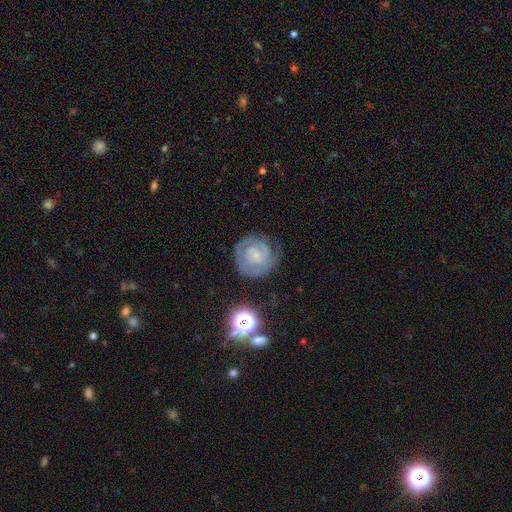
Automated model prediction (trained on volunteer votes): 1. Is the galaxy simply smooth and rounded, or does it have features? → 71% featured or disk, 21% smooth, 8% star or artifact.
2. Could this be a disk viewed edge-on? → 98% no, 2% yes.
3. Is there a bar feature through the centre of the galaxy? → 69% no, 26% weak, 5% strong.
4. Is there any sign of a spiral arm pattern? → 87% yes, 13% no.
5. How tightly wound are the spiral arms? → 66% tight, 26% medium, 8% loose.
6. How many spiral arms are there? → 39% can't tell, 31% 2, 15% 3, 7% 1, 4% 4, 4% more than 4.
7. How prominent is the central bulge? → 68% small, 16% moderate, 14% none, 2% large, 1% dominant.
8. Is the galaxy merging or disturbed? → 67% none, 20% minor disturbance, 11% major disturbance, 2% merger.